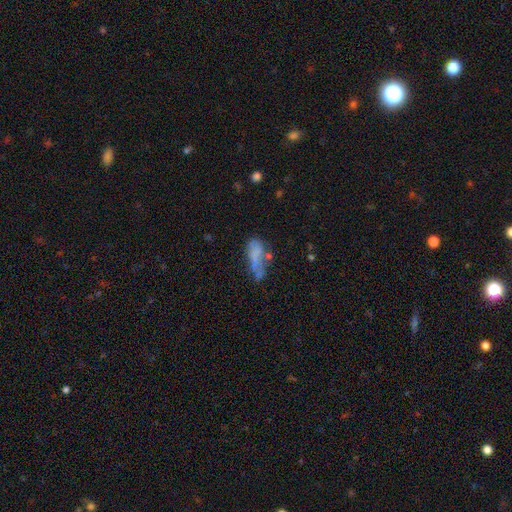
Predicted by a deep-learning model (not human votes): Smooth or featured: smooth — 55% (featured or disk — 32%)
How rounded: in between — 66% (cigar-shaped — 31%)
Merging: none — 31% (minor disturbance — 26%)